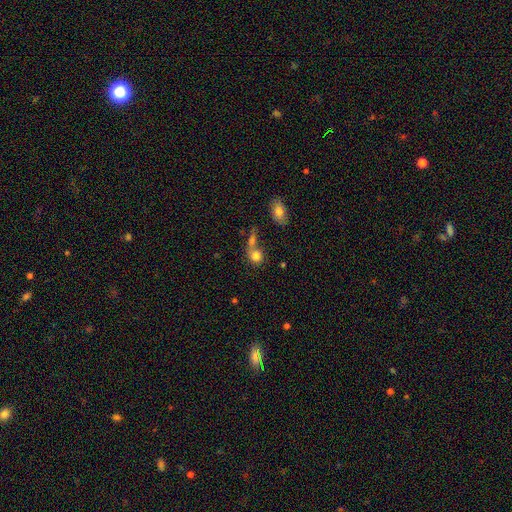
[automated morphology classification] Overall: smooth (79%). How rounded: round (68%; in between 30%). Merging: merger (45%; none 37%).